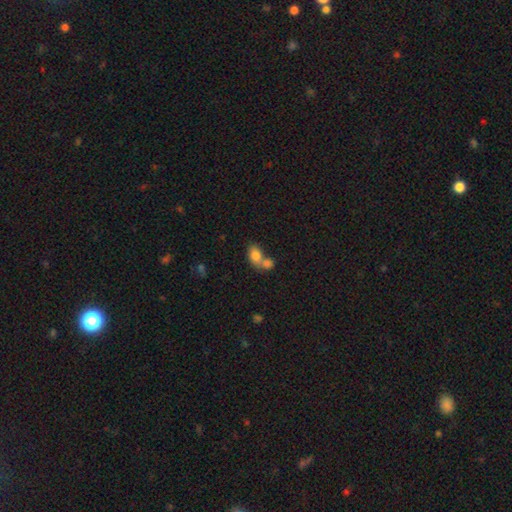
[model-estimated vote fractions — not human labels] Smooth or featured?
  - smooth: 81% *
  - featured or disk: 10%
  - star or artifact: 9%
How rounded?
  - in between: 80% *
  - round: 18%
  - cigar-shaped: 2%
Merging?
  - merger: 61% *
  - none: 26%
  - minor disturbance: 8%
  - major disturbance: 4%